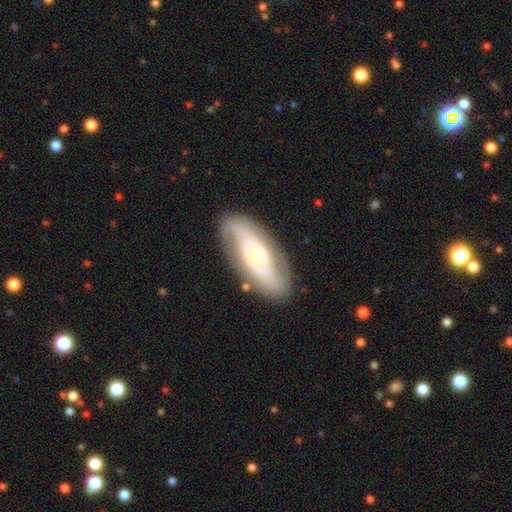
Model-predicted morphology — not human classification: This appears to be a featured or disk galaxy (75%) with no bar (68%), 2 (72%) tight (41%) spiral arms (80%) and a small central bulge (57%). Merging: none (80%).